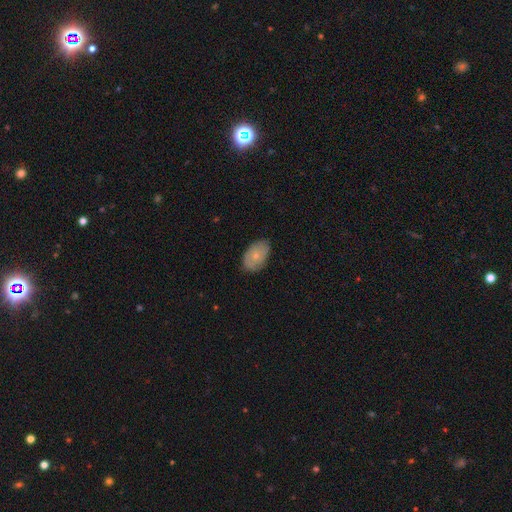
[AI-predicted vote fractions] This appears to be a smooth galaxy with no disk features (63%) that is in between round and cigar-shaped (88%). Merging: none (73%).